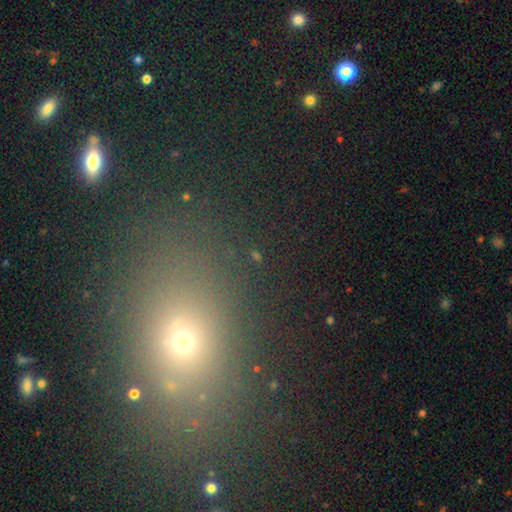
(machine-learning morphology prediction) This is marginally a star or artifact rather than a galaxy (45%).